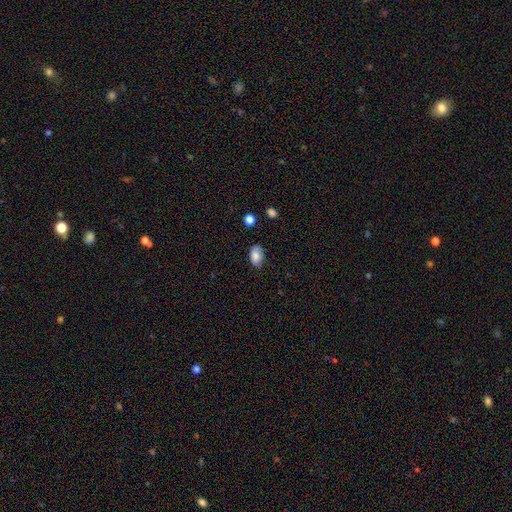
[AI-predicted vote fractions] This appears to be a smooth galaxy with no disk features (83%) that is in between round and cigar-shaped (89%). Merging: none (80%).